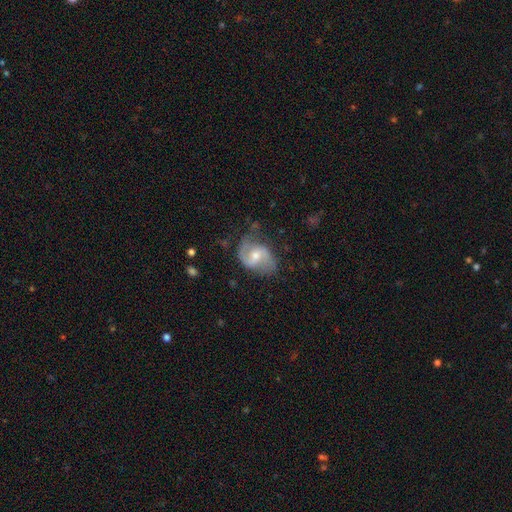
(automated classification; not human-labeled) A featured or disk galaxy (75%) with a weak bar (51%), 2 (83%) medium (47%) spiral arms (91%) and a moderate central bulge (60%).

Vote fractions:
- Smooth or featured? featured or disk: 75% / smooth: 19% / star or artifact: 6%
- Edge-on disk? no: 97% / yes: 3%
- Bar? weak: 51% / no: 32% / strong: 17%
- Spiral arms? yes: 91% / no: 9%
- Spiral winding? medium: 47% / loose: 38% / tight: 15%
- Spiral arm count? 2: 83% / 1: 7% / can't tell: 7% / 3: 1% / 4: 1% / more than 4: 1%
- Bulge size? moderate: 60% / small: 32% / large: 5% / none: 3% / dominant: 1%
- Merging? none: 57% / minor disturbance: 27% / major disturbance: 14% / merger: 2%